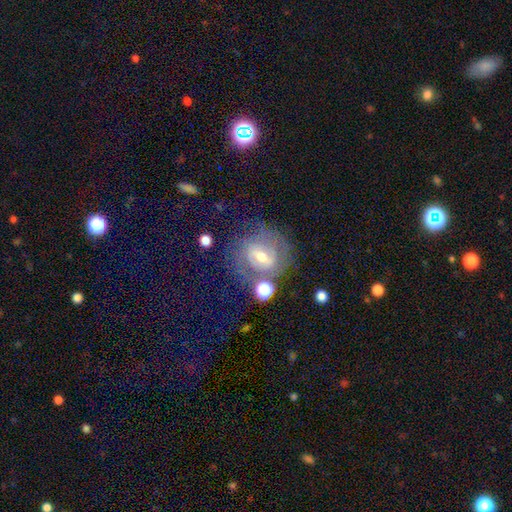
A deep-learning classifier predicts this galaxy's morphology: This appears to be a featured or disk galaxy (50%). Merging: none (67%).